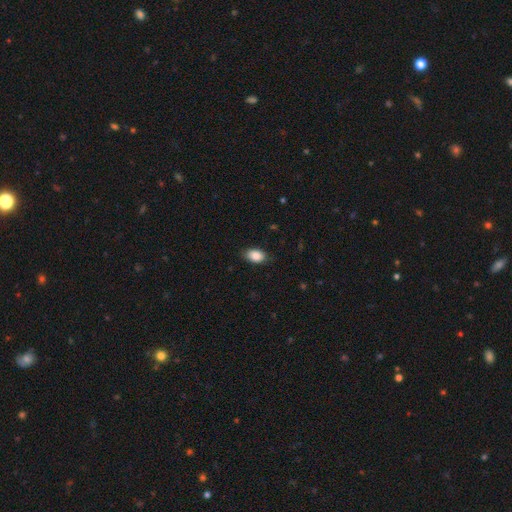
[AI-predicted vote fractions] smooth 88%, star or artifact 7%, featured or disk 5%. Down the decision tree: how rounded — in between (90%); merging — none (82%).